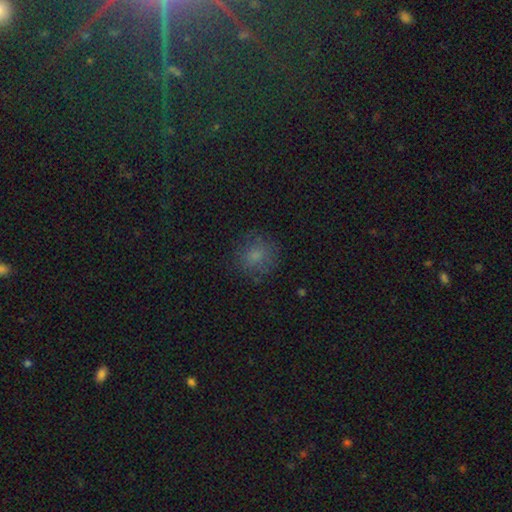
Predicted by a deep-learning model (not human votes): Smooth or featured: smooth — 74% (star or artifact — 16%)
How rounded: round — 83% (in between — 16%)
Merging: none — 79% (minor disturbance — 14%)